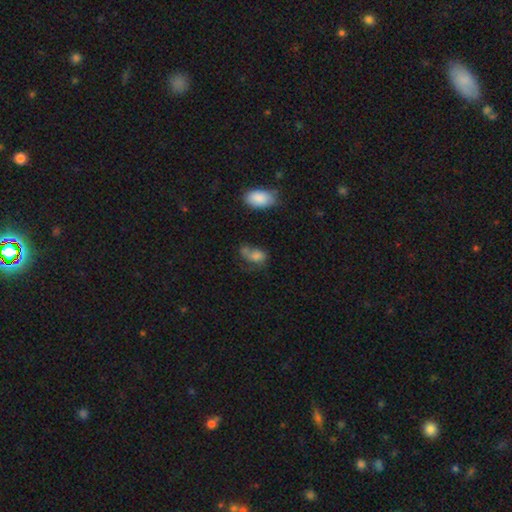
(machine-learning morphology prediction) Smooth or featured? Predicted: smooth (p=0.70). How rounded? Predicted: in between (p=0.79). Merging? Predicted: none (p=0.31).